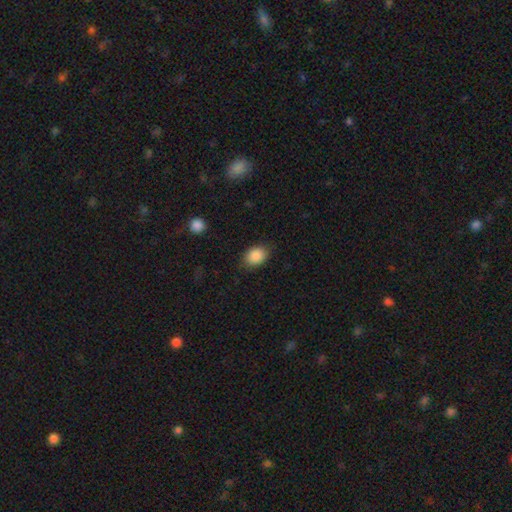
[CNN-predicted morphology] This appears to be a smooth galaxy with no disk features (87%) that is in between round and cigar-shaped (68%). Merging: none (81%).